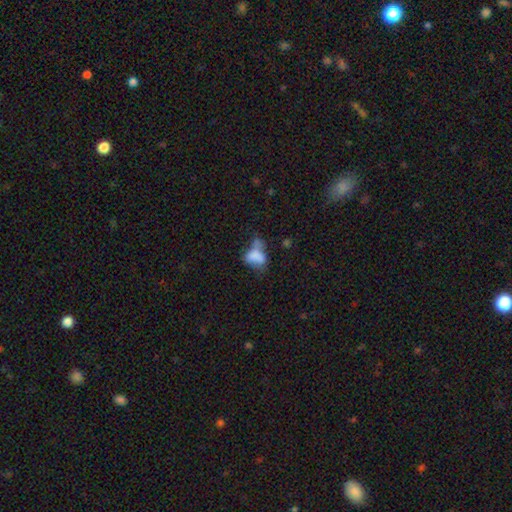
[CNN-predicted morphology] Smooth or featured: smooth — 65% (featured or disk — 23%)
How rounded: in between — 85% (round — 12%)
Merging: major disturbance — 29% (merger — 27%)